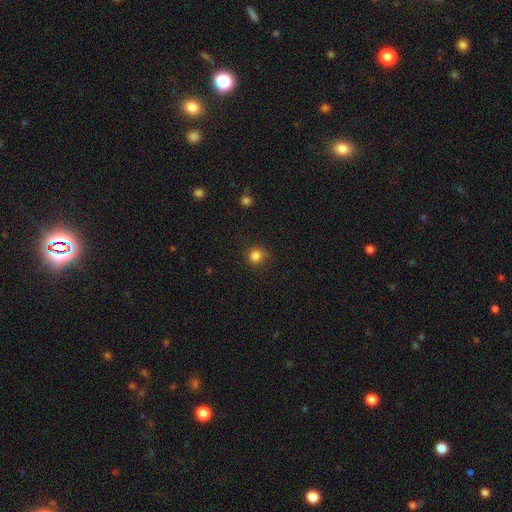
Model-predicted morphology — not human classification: This is clearly a smooth galaxy (84%). How rounded: clearly round (91%). Merging: clearly none (84%).